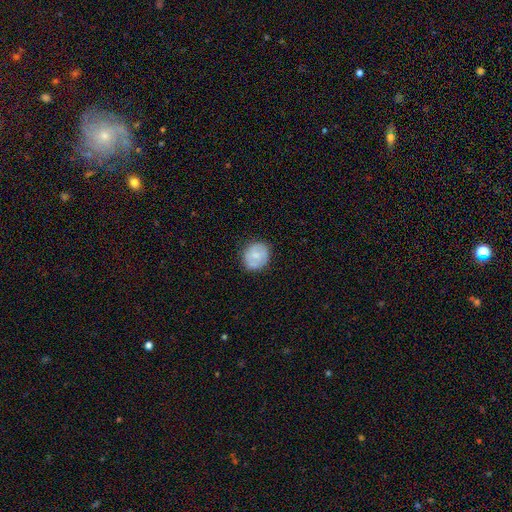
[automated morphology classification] smooth-or-featured: smooth: 70% | featured or disk: 23% | star or artifact: 7%
  how-rounded: round: 81% | in between: 19% | cigar-shaped: 1%
  merging: none: 79% | minor disturbance: 16% | major disturbance: 4% | merger: 1%